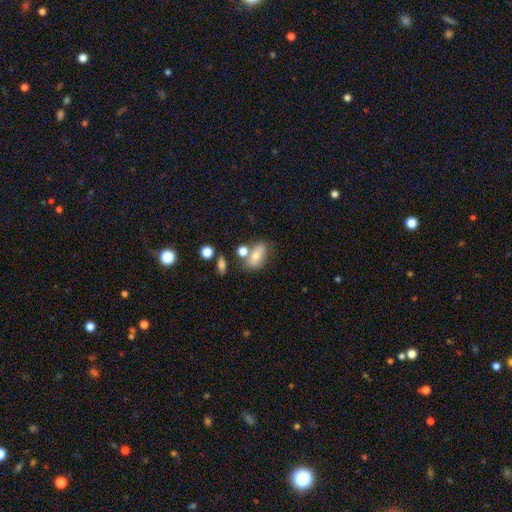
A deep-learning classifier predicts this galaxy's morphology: Smooth or featured: smooth — 69% (featured or disk — 21%)
How rounded: in between — 83% (round — 14%)
Merging: none — 52% (merger — 25%)